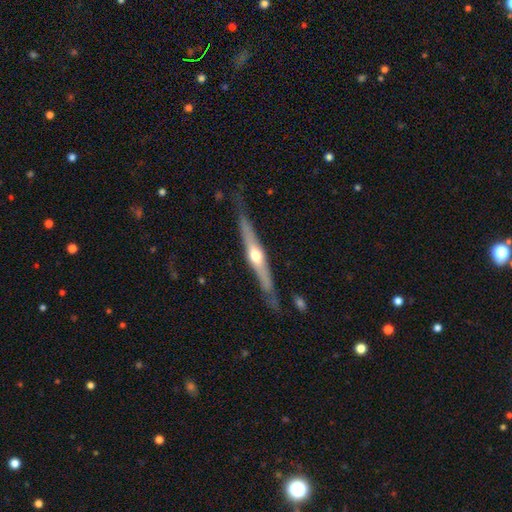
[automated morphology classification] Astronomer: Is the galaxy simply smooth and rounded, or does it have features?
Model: featured or disk — 71%.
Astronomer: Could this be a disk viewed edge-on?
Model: yes — 95%.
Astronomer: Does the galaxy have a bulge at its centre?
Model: rounded — 90%.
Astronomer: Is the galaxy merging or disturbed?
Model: none — 78%.